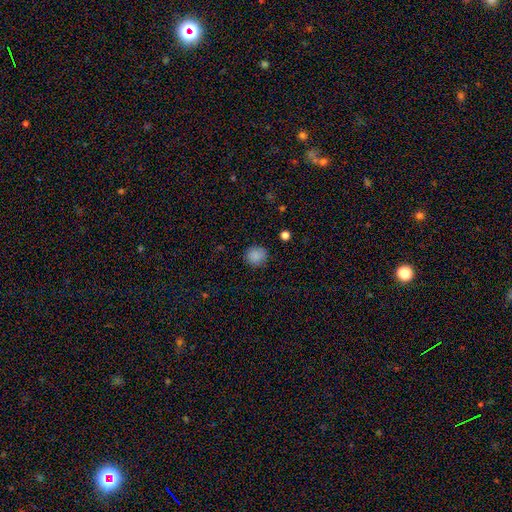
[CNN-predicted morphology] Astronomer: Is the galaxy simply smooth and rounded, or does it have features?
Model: smooth — 87%.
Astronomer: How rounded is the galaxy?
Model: round — 89%.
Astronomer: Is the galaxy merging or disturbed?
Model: none — 87%.